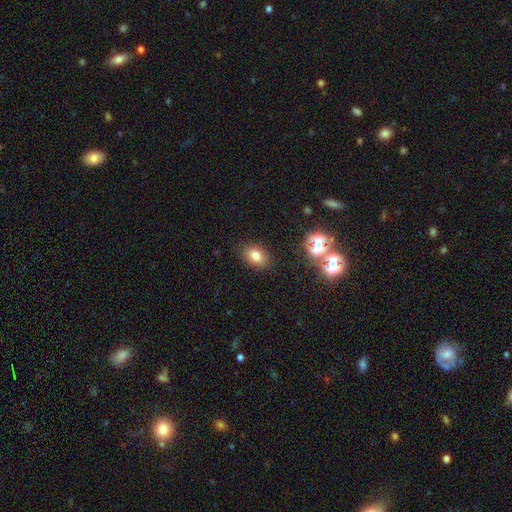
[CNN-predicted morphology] smooth 77%, star or artifact 14%, featured or disk 9%. Down the decision tree: how rounded — in between (73%); merging — none (86%).